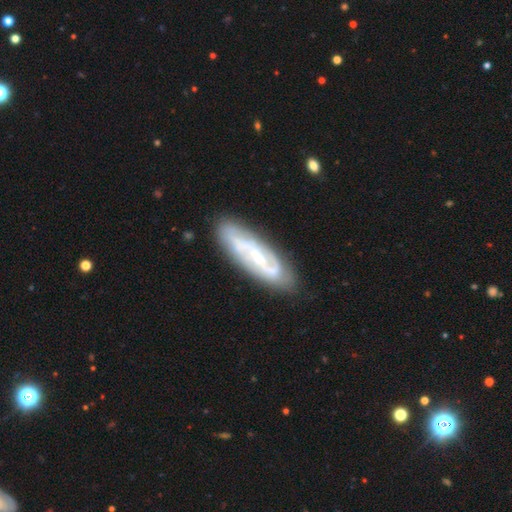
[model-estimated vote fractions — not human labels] Q: Smooth or featured?
A: featured or disk (76%); runner-up: smooth (19%)
Q: Edge-on disk?
A: no (84%); runner-up: yes (16%)
Q: Bar?
A: weak (40%); runner-up: no (38%)
Q: Spiral arms?
A: yes (84%); runner-up: no (16%)
Q: Spiral winding?
A: medium (41%); runner-up: tight (35%)
Q: Spiral arm count?
A: 2 (61%); runner-up: can't tell (26%)
Q: Bulge size?
A: small (65%); runner-up: moderate (27%)
Q: Merging?
A: none (79%); runner-up: minor disturbance (15%)